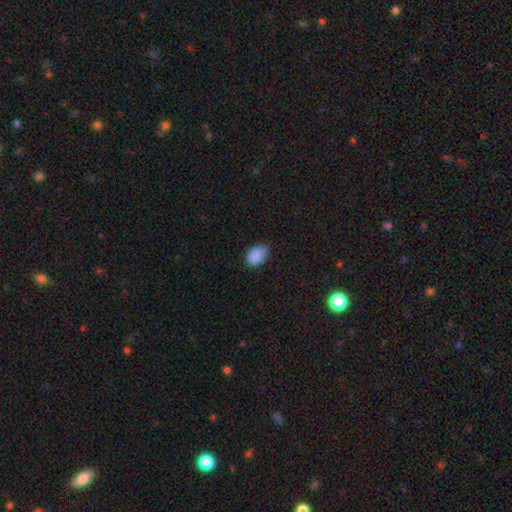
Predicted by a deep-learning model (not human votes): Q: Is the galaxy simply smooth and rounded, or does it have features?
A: smooth — 86%.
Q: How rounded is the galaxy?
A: in between — 77%.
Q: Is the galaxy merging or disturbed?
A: none — 59%.